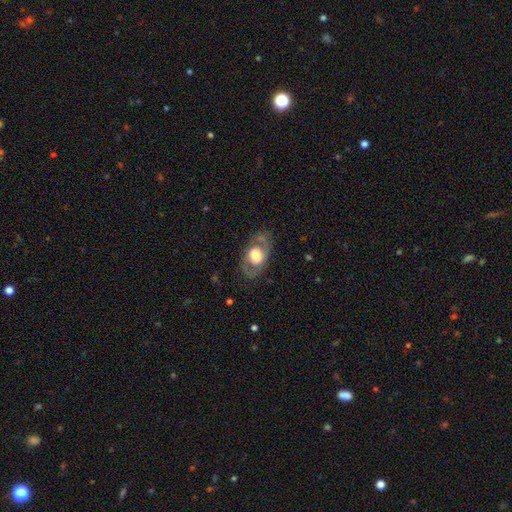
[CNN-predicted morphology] A featured or disk galaxy (58%) with no bar (74%), no spiral arms (55%) and a large central bulge (50%).

Vote fractions:
- Smooth or featured? featured or disk: 58% / smooth: 36% / star or artifact: 6%
- Edge-on disk? no: 91% / yes: 9%
- Bar? no: 74% / weak: 20% / strong: 6%
- Spiral arms? no: 55% / yes: 45%
- Bulge size? large: 50% / moderate: 36% / dominant: 7% / small: 5% / none: 1%
- Merging? none: 75% / minor disturbance: 14% / major disturbance: 9% / merger: 1%